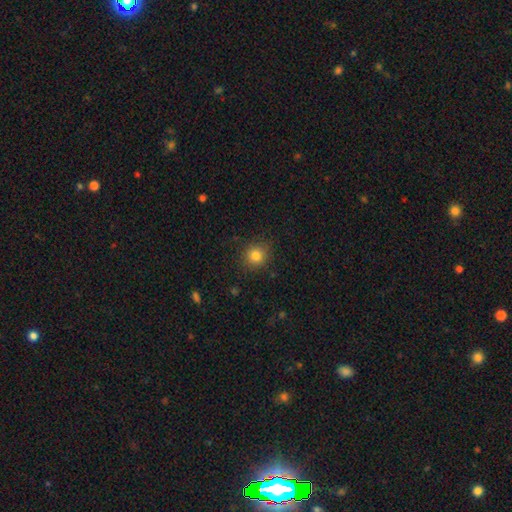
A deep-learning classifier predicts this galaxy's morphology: A smooth galaxy with no disk features (82%) that is round (86%). Merging: none (87%).